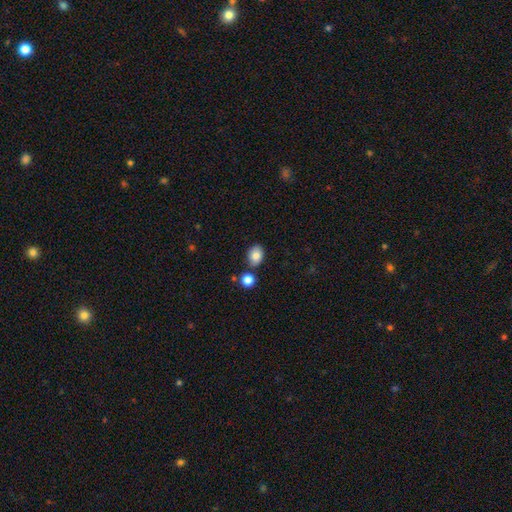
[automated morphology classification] Q: Smooth or featured?
A: smooth (84%); runner-up: star or artifact (8%)
Q: How rounded?
A: in between (67%); runner-up: round (32%)
Q: Merging?
A: none (77%); runner-up: minor disturbance (11%)